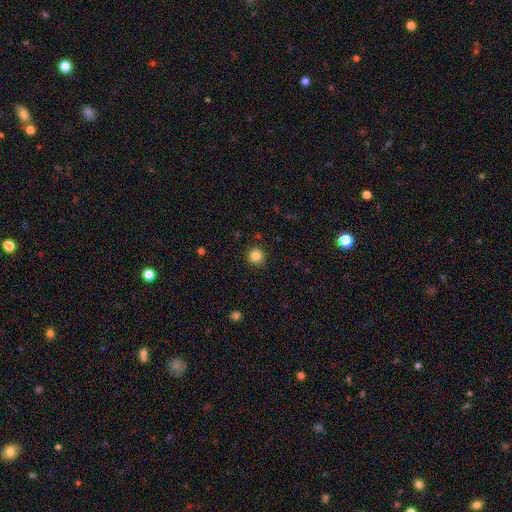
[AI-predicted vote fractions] smooth-or-featured: smooth: 84% | star or artifact: 12% | featured or disk: 5%
  how-rounded: round: 94% | in between: 5% | cigar-shaped: 1%
  merging: none: 91% | minor disturbance: 6% | major disturbance: 2% | merger: 1%